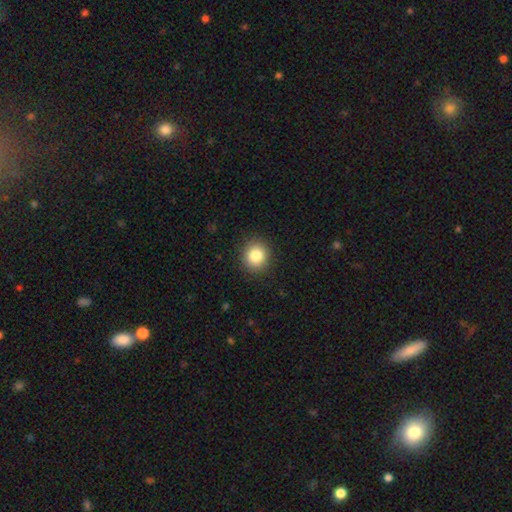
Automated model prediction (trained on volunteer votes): smooth-or-featured: smooth: 84% | star or artifact: 10% | featured or disk: 6%
  how-rounded: round: 84% | in between: 15% | cigar-shaped: 1%
  merging: none: 90% | minor disturbance: 7% | major disturbance: 2% | merger: 1%